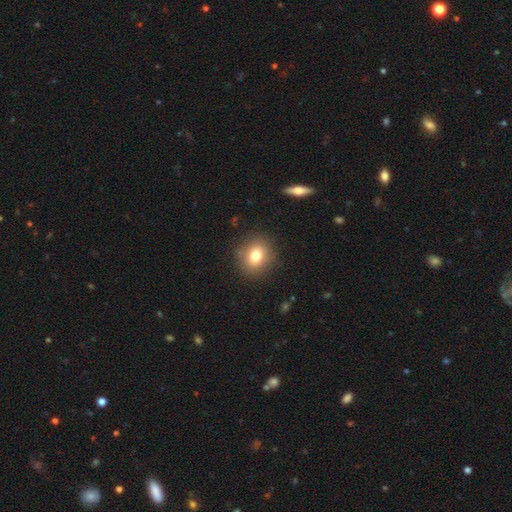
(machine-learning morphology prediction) Smooth or featured? smooth (77%)
How rounded? round (65%)
Merging? none (87%)